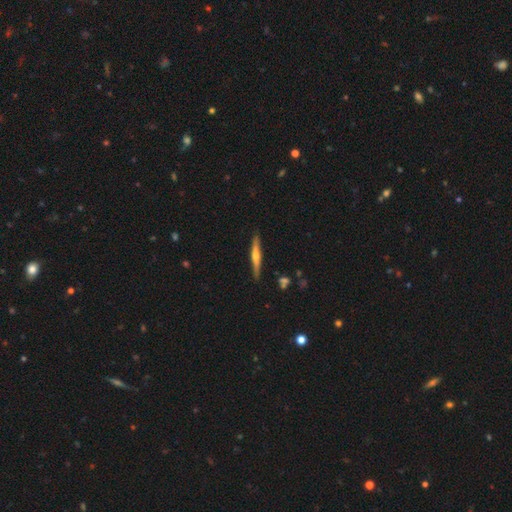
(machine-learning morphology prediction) A featured or disk galaxy (62%) viewed edge-on (97%) with a rounded central bulge (81%).

Vote fractions:
- Smooth or featured? featured or disk: 62% / smooth: 33% / star or artifact: 6%
- Edge-on disk? yes: 97% / no: 3%
- Edge-on bulge? rounded: 81% / none: 14% / boxy: 6%
- Merging? none: 88% / minor disturbance: 9% / major disturbance: 2% / merger: 2%